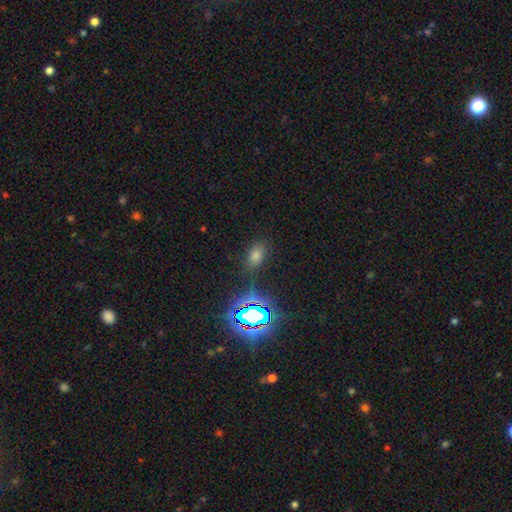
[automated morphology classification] Overall: smooth (54%; star or artifact 38%). How rounded: in between (80%). Merging: none (80%).